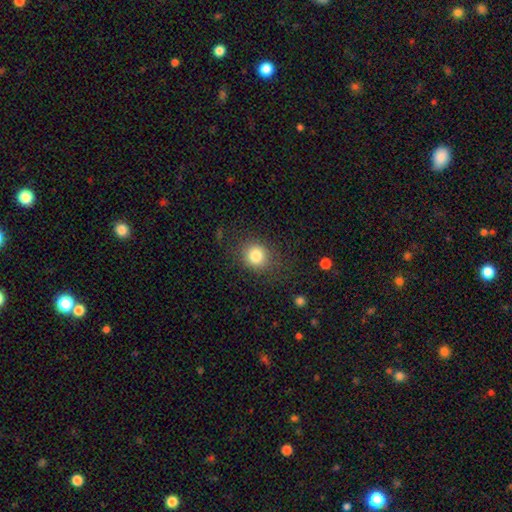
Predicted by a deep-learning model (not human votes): smooth-or-featured: smooth: 83% | star or artifact: 11% | featured or disk: 6%
  how-rounded: round: 82% | in between: 17% | cigar-shaped: 1%
  merging: none: 82% | minor disturbance: 11% | major disturbance: 5% | merger: 1%